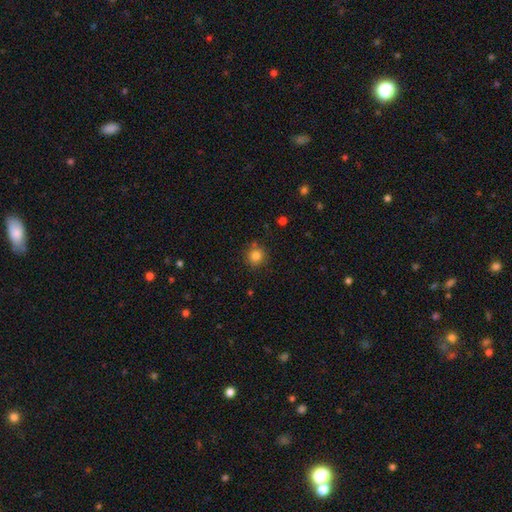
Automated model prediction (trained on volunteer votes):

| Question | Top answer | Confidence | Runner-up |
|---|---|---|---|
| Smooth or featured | smooth | 83% | star or artifact (12%) |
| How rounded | round | 90% | in between (9%) |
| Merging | none | 83% | minor disturbance (10%) |